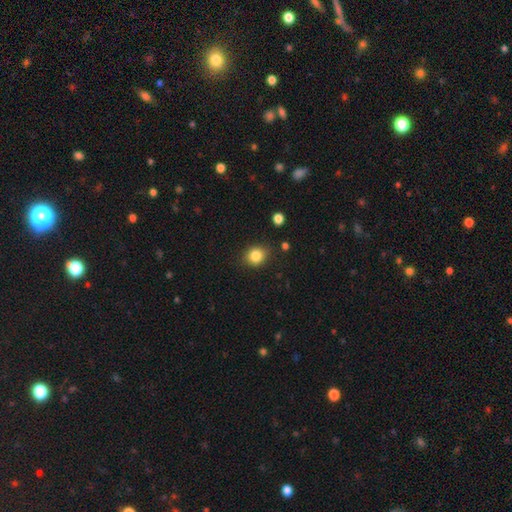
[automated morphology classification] A smooth galaxy with no disk features (84%) that is round (70%). Merging: none (84%).